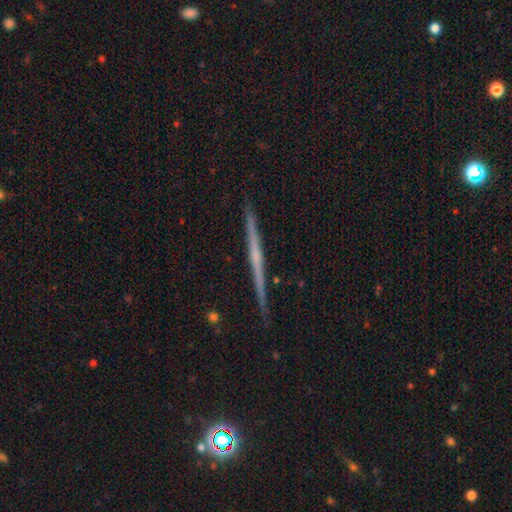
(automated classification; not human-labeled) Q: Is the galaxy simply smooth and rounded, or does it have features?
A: featured or disk — 70%.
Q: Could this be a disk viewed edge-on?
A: yes — 98%.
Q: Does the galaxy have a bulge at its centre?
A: none — 68%.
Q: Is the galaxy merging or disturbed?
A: none — 91%.